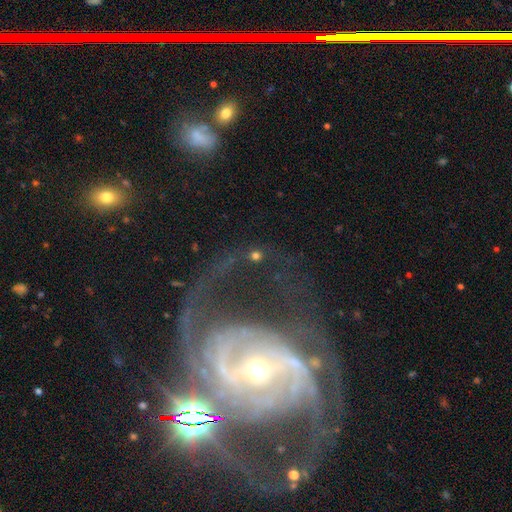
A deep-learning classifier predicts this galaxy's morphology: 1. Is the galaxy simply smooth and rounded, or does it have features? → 55% smooth, 32% star or artifact, 12% featured or disk.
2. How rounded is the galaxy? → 88% round, 10% in between, 3% cigar-shaped.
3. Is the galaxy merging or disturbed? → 71% none, 11% minor disturbance, 9% major disturbance, 9% merger.